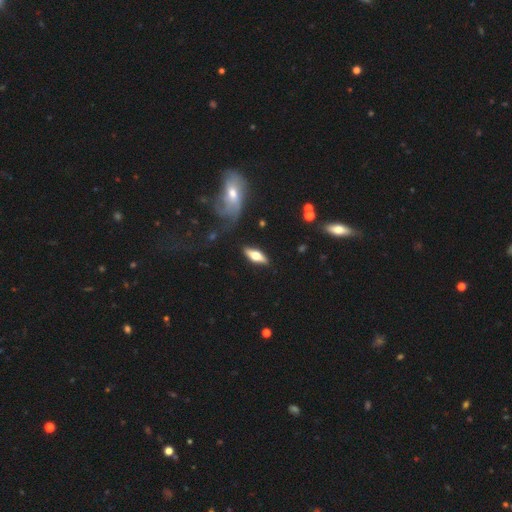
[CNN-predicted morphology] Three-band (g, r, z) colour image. It shows a smooth galaxy with no disk features (47%, tied with featured or disk). Merging: none (84%).